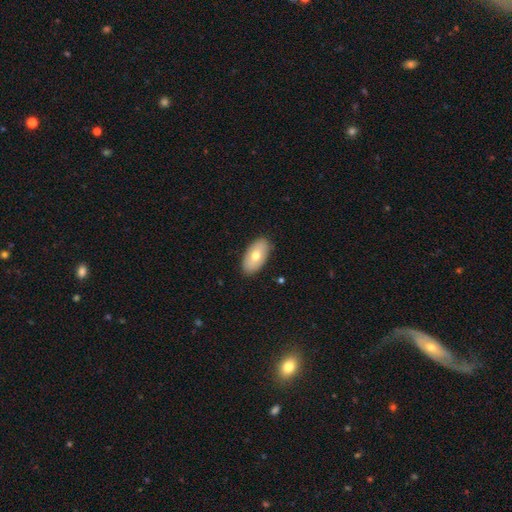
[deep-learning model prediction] smooth_or_featured: smooth (p=0.68) [alt: featured or disk p=0.26]
how_rounded: in between (p=0.95) [alt: round p=0.03]
merging: none (p=0.87) [alt: minor disturbance p=0.10]